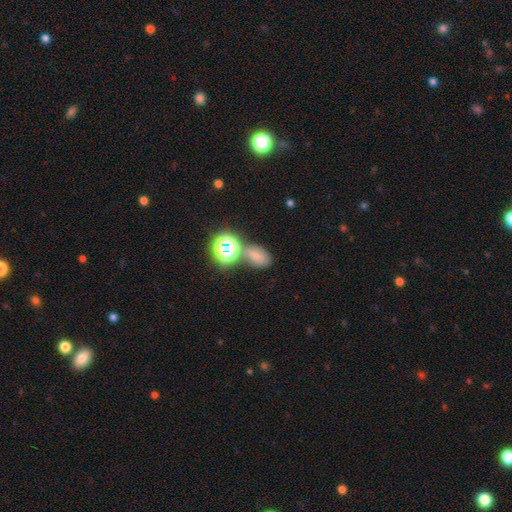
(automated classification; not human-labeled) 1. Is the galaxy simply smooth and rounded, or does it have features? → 60% smooth, 29% star or artifact, 12% featured or disk.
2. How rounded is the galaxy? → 78% in between, 20% round, 2% cigar-shaped.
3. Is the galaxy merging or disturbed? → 57% none, 19% merger, 17% minor disturbance, 7% major disturbance.